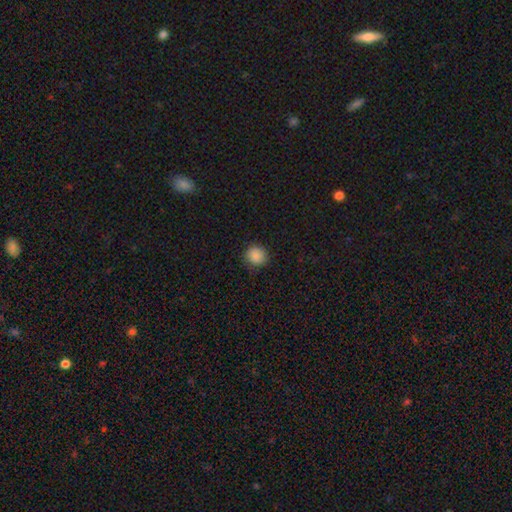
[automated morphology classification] smooth_or_featured: smooth (p=0.87) [alt: star or artifact p=0.09]
how_rounded: round (p=0.89) [alt: in between p=0.10]
merging: none (p=0.83) [alt: minor disturbance p=0.13]